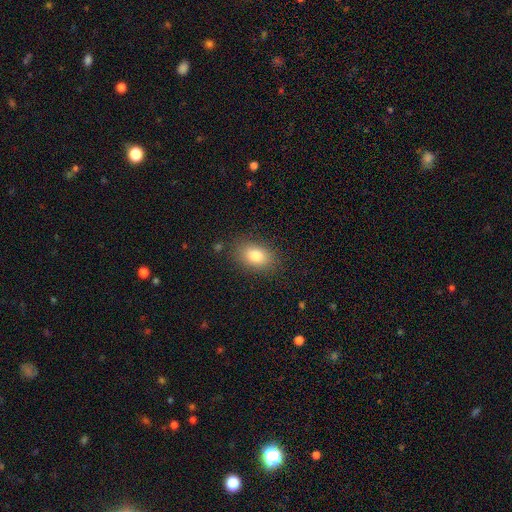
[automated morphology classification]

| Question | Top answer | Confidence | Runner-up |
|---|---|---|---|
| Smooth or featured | smooth | 80% | featured or disk (10%) |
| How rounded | in between | 81% | round (17%) |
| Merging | none | 85% | minor disturbance (10%) |